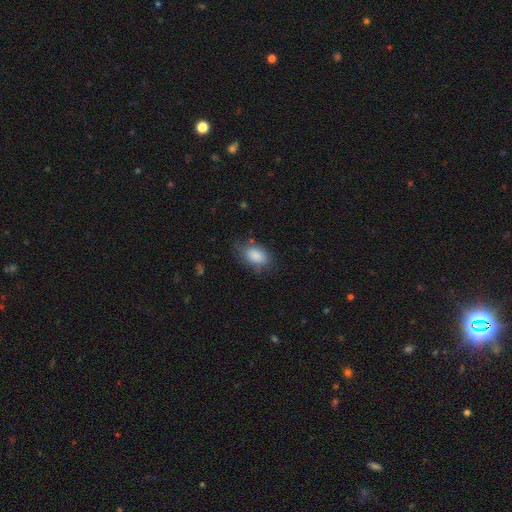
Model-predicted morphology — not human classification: smooth-or-featured: smooth: 87% | star or artifact: 7% | featured or disk: 6%
  how-rounded: in between: 88% | round: 10% | cigar-shaped: 2%
  merging: none: 70% | minor disturbance: 21% | major disturbance: 7% | merger: 2%